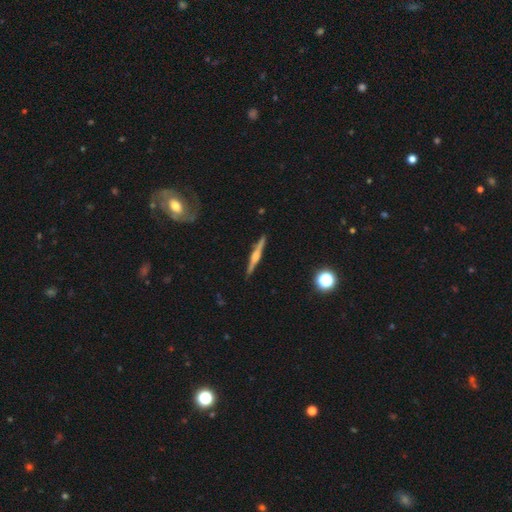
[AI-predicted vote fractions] Morphology: type=featured or disk (72%); edge-on=yes (98%); edge-on bulge=rounded (73%); merging=none (90%).